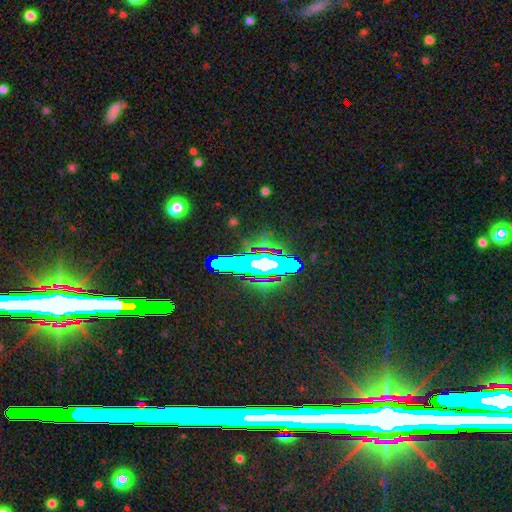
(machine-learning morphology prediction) The model was most divided on "smooth or featured": star or artifact: 57%, featured or disk: 27%, smooth: 16%.